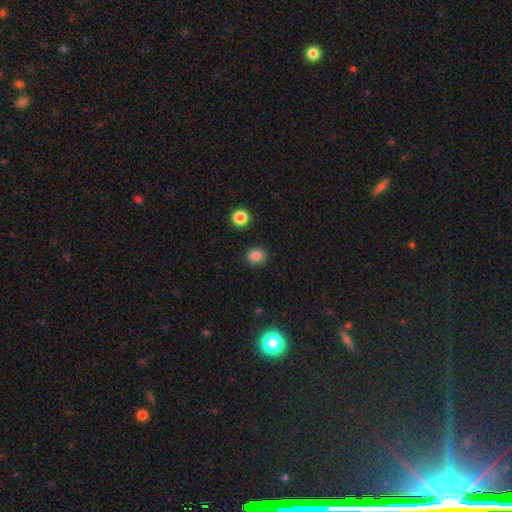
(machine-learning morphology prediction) smooth 84%, star or artifact 12%, featured or disk 4%. Down the decision tree: how rounded — round (72%); merging — none (87%).